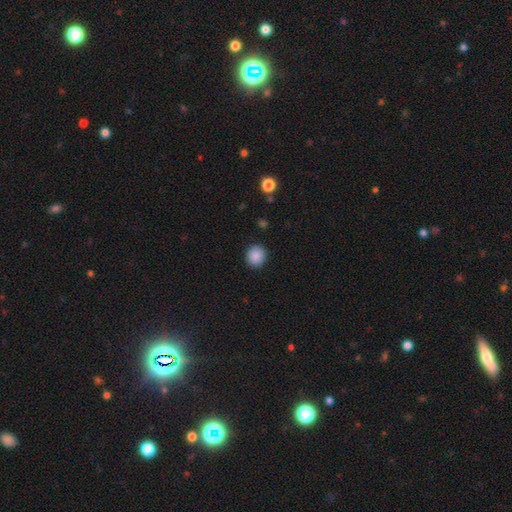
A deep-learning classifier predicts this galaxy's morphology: smooth_or_featured: smooth (p=0.88) [alt: star or artifact p=0.09]
how_rounded: round (p=0.89) [alt: in between p=0.10]
merging: none (p=0.92) [alt: minor disturbance p=0.05]